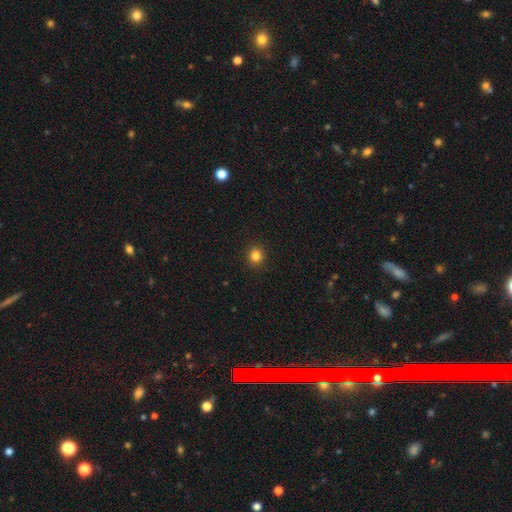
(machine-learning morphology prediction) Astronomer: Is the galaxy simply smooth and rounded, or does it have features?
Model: smooth — 84%.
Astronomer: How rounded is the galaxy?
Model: round — 89%.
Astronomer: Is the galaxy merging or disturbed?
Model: none — 92%.